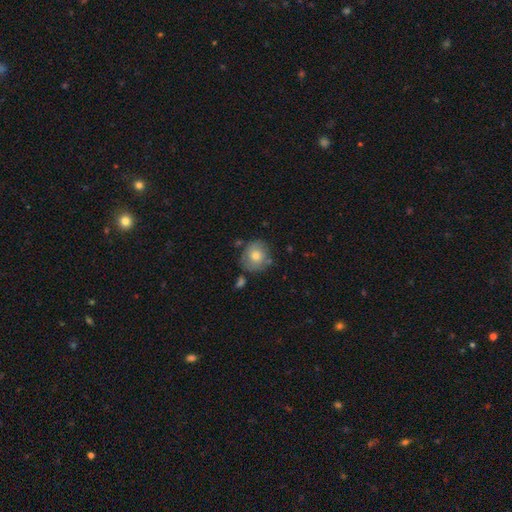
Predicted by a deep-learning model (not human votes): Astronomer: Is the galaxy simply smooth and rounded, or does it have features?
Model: smooth — 70%.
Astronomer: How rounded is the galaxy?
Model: round — 84%.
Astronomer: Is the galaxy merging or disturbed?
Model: none — 71%.